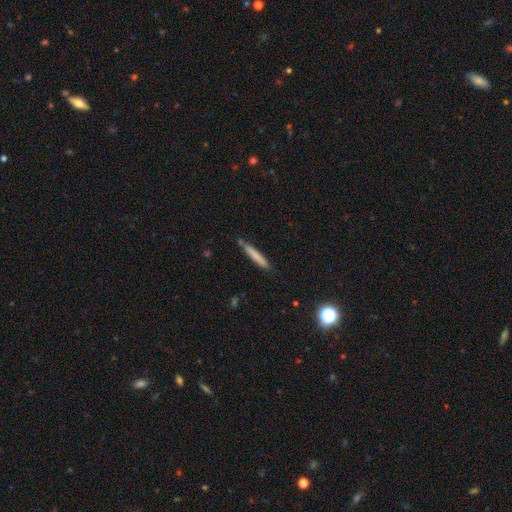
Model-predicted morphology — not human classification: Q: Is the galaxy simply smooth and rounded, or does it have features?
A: smooth — 74%.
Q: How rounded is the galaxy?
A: cigar-shaped — 95%.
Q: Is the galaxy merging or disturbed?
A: none — 81%.